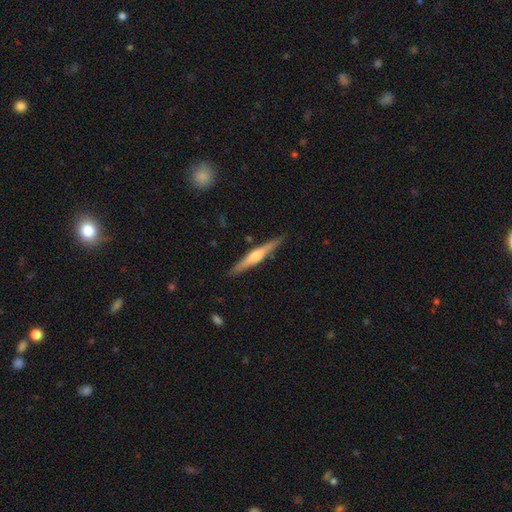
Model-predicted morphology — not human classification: This is likely a featured or disk galaxy (64%). It is clearly viewed edge-on (97%). Edge-on bulge: clearly rounded (83%). Merging: clearly none (90%).